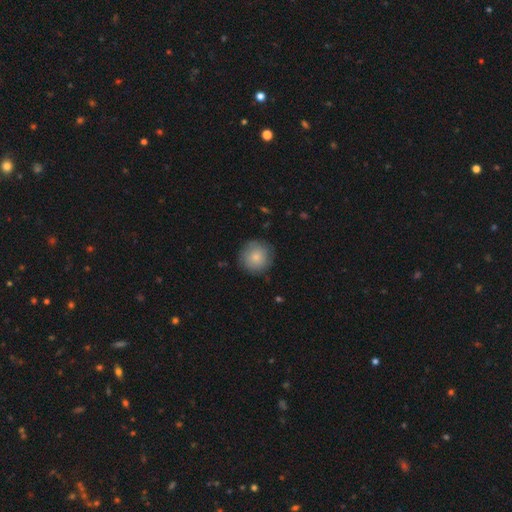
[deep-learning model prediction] Morphology: type=smooth (82%); roundness=round (95%); merging=none (85%).